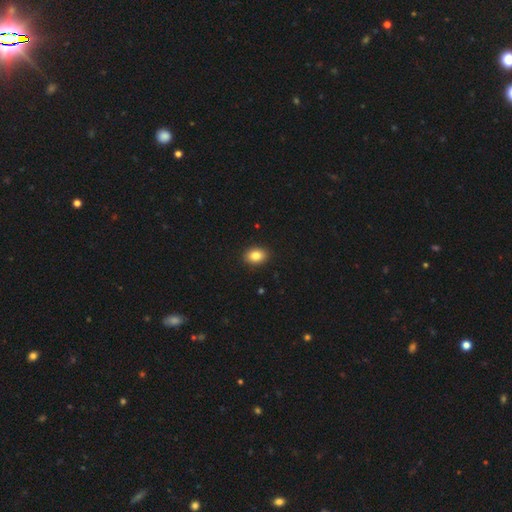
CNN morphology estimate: smooth 85%, star or artifact 9%, featured or disk 6%. Down the decision tree: how rounded — in between (73%); merging — none (91%).